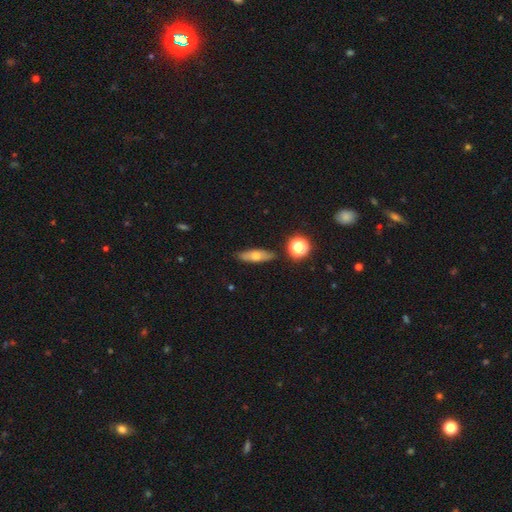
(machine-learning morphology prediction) The model was most divided on "how rounded": cigar-shaped: 50%, in between: 44%, round: 6%. More confident: merging — none (86%); smooth or featured — smooth (63%).